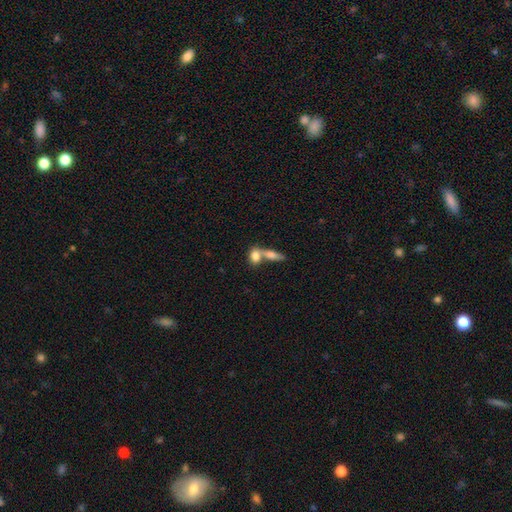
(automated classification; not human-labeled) A smooth galaxy with no disk features (79%) that is in between round and cigar-shaped (75%). Merging: merger (61%).